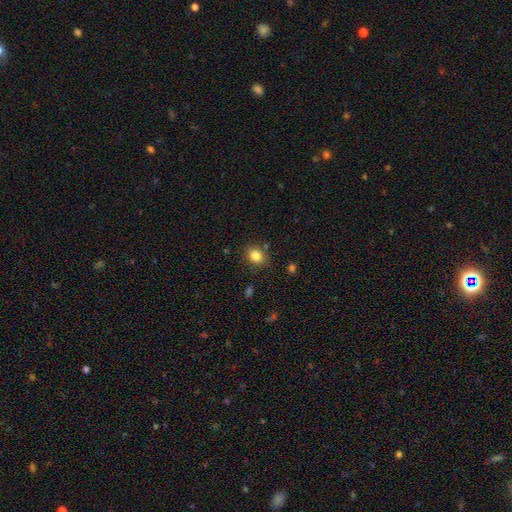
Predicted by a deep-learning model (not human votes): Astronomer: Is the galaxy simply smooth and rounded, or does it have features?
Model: smooth — 83%.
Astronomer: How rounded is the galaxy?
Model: round — 58% (runner-up: in between, 41%).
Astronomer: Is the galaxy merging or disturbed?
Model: none — 82%.